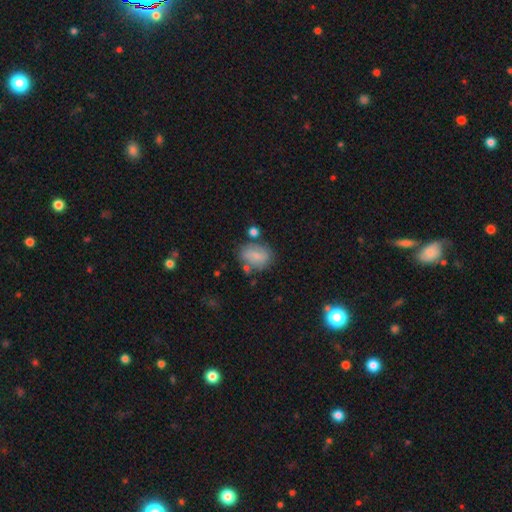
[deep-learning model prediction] This is likely a smooth galaxy (70%). How rounded: likely in between (66%). Merging: likely none (64%).